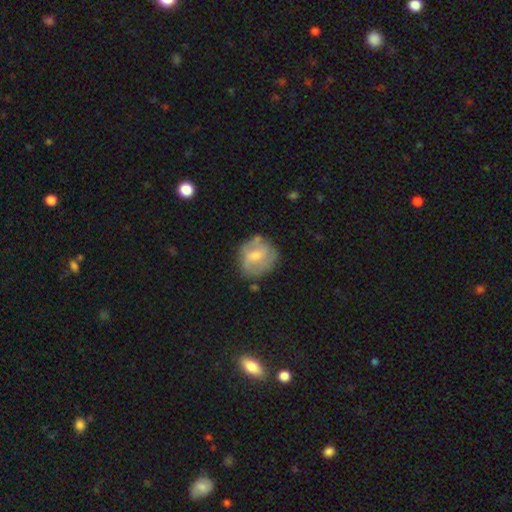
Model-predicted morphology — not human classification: Q: Smooth or featured?
A: featured or disk (47%); runner-up: smooth (45%)
Q: Merging?
A: none (60%); runner-up: minor disturbance (24%)